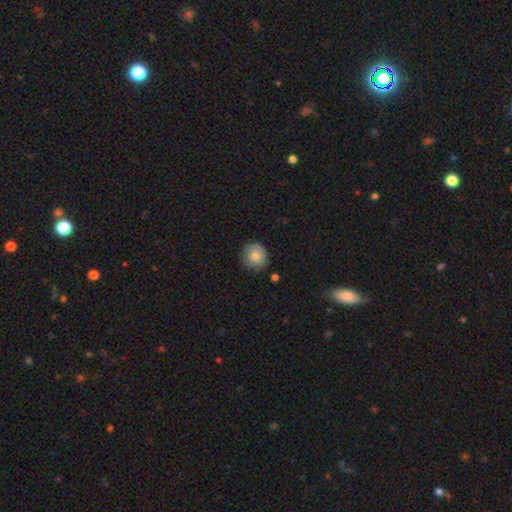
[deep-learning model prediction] smooth_or_featured: smooth (p=0.78) [alt: featured or disk p=0.14]
how_rounded: round (p=0.89) [alt: in between p=0.10]
merging: none (p=0.79) [alt: minor disturbance p=0.16]